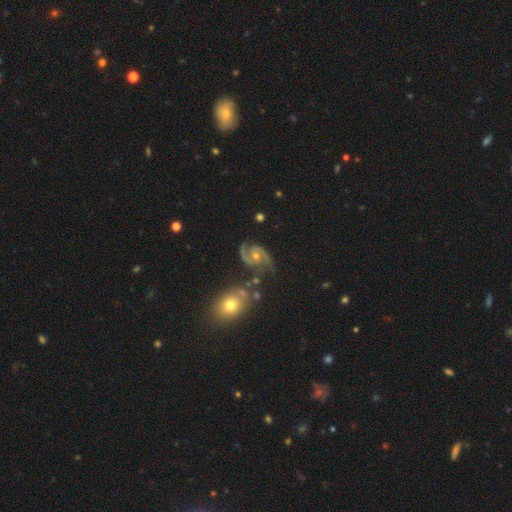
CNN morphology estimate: Smooth or featured?
  - featured or disk: 88% *
  - star or artifact: 7%
  - smooth: 6%
Edge-on disk?
  - no: 98% *
  - yes: 2%
Bar?
  - no: 60% *
  - weak: 32%
  - strong: 7%
Spiral arms?
  - yes: 97% *
  - no: 3%
Spiral winding?
  - medium: 56% *
  - tight: 24%
  - loose: 19%
Spiral arm count?
  - 2: 90% *
  - can't tell: 3%
  - 1: 2%
  - 3: 2%
  - 4: 1%
  - more than 4: 1%
Bulge size?
  - moderate: 51% *
  - small: 43%
  - large: 3%
  - none: 2%
  - dominant: 1%
Merging?
  - none: 67% *
  - minor disturbance: 18%
  - major disturbance: 9%
  - merger: 6%